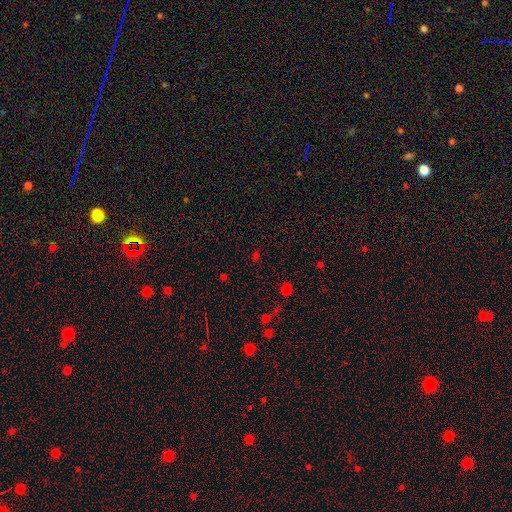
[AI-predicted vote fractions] star or artifact 53%, smooth 39%, featured or disk 7%.